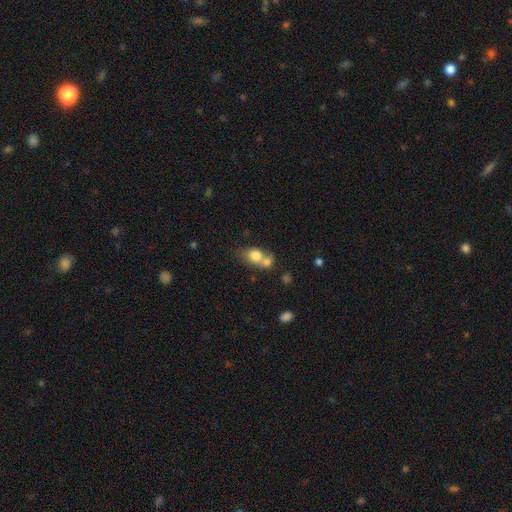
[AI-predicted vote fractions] A smooth galaxy with no disk features (76%) that is round (50%).

Vote fractions:
- Smooth or featured? smooth: 76% / featured or disk: 14% / star or artifact: 9%
- How rounded? round: 50% / in between: 48% / cigar-shaped: 2%
- Merging? merger: 57% / none: 29% / minor disturbance: 9% / major disturbance: 4%